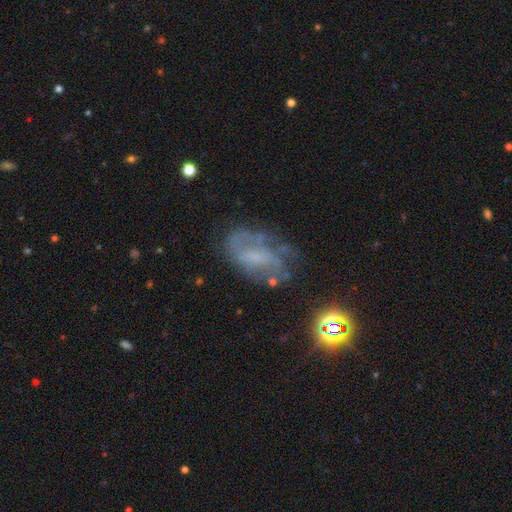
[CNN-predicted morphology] Smooth or featured? featured or disk (58%)
Edge-on disk? no (95%)
Bar? no (55%)
Spiral arms? yes (61%)
Bulge size? small (40%)
Merging? none (50%)